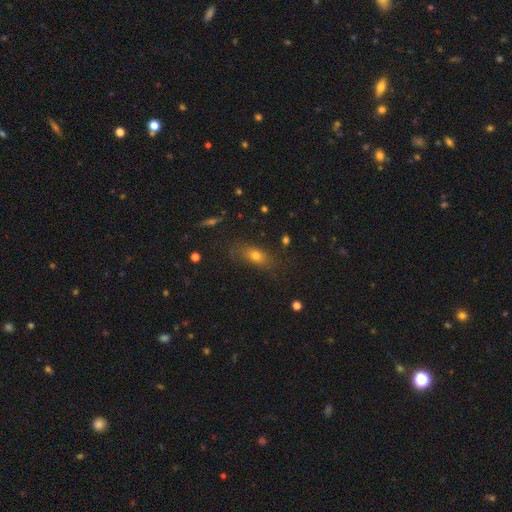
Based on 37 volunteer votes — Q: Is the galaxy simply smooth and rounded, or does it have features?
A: smooth — 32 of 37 (86%).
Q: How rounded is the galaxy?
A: in between — 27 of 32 (84%).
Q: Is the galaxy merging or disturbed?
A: none — 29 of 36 (81%).